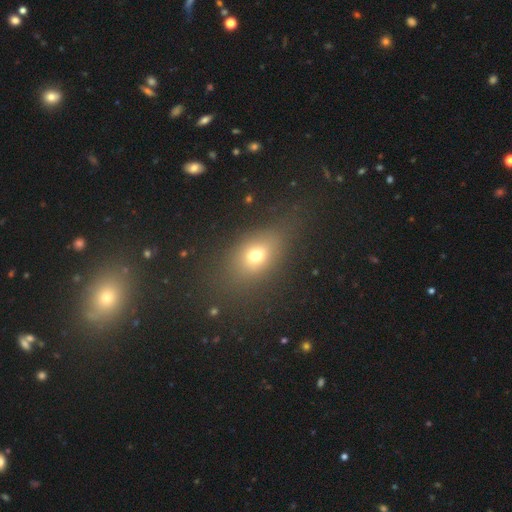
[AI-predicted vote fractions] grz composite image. It shows a smooth galaxy with no disk features (69%) that is in between round and cigar-shaped (67%). Merging: none (73%).